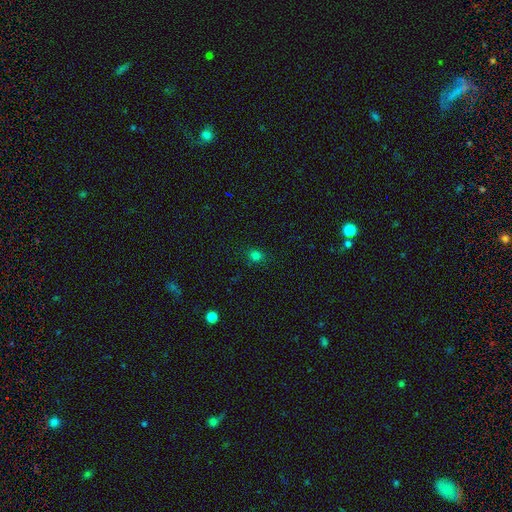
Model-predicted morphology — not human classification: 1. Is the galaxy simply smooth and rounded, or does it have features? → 76% smooth, 19% star or artifact, 5% featured or disk.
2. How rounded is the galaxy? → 74% round, 25% in between, 1% cigar-shaped.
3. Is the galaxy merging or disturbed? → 86% none, 10% minor disturbance, 3% major disturbance, 1% merger.